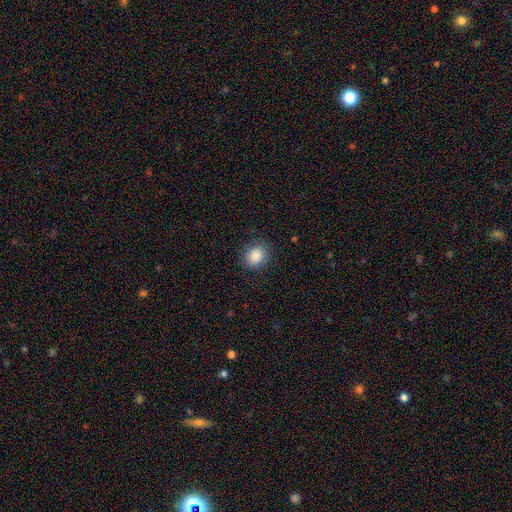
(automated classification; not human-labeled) A smooth galaxy with no disk features (87%) that is round (56%). Merging: none (86%).